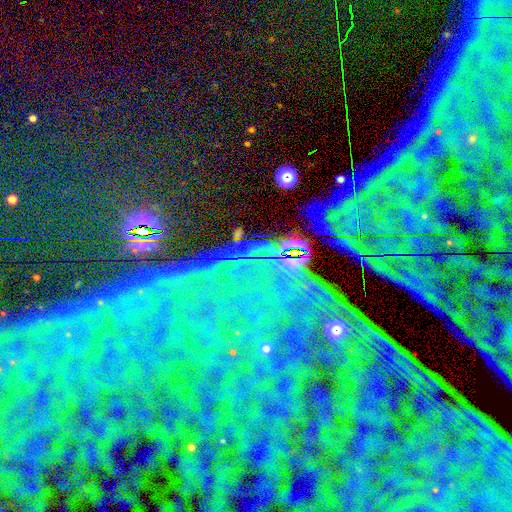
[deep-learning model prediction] Smooth or featured? Predicted: star or artifact (p=0.82).